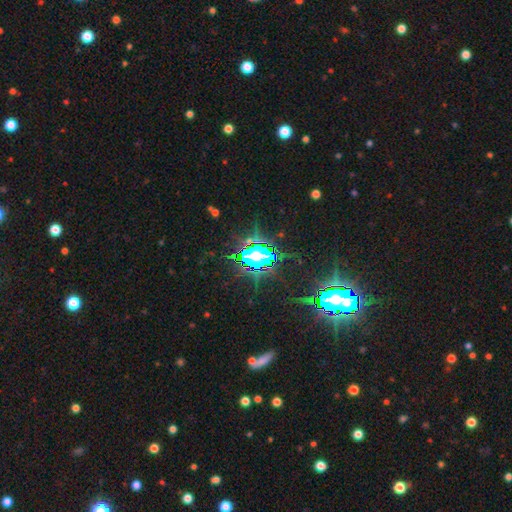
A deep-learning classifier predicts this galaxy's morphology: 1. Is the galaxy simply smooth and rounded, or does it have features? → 76% star or artifact, 13% smooth, 11% featured or disk.